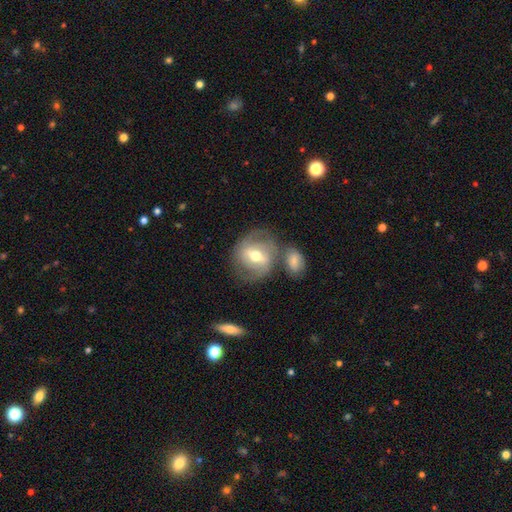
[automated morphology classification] smooth_or_featured: featured or disk (p=0.64) [alt: smooth p=0.29]
disk_edge_on: no (p=0.94) [alt: yes p=0.06]
bar: weak (p=0.43) [alt: strong p=0.40]
has_spiral_arms: yes (p=0.69) [alt: no p=0.31]
bulge_size: moderate (p=0.74) [alt: small p=0.16]
merging: none (p=0.53) [alt: merger p=0.24]